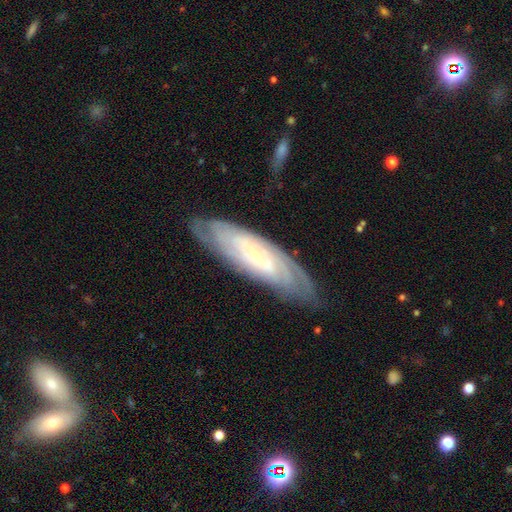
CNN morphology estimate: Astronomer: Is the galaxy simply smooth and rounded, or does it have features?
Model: featured or disk — 75%.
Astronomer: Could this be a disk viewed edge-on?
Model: no — 78%.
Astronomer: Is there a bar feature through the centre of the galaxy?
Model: no — 71%.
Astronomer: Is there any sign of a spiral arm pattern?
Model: yes — 91%.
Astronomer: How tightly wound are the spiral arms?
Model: tight — 78%.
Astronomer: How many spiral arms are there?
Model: can't tell — 58%.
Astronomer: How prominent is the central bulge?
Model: small — 83%.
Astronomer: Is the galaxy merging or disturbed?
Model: none — 79%.